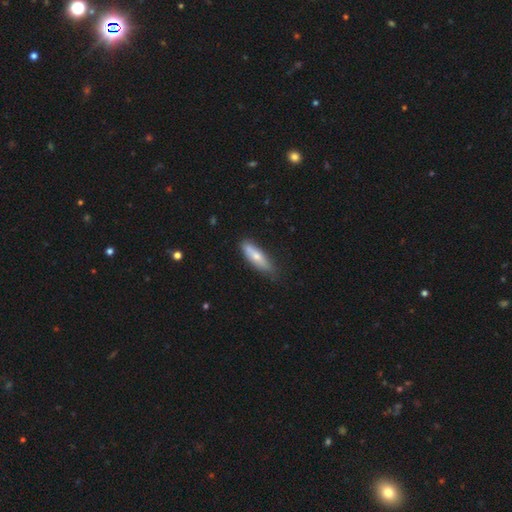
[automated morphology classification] smooth-or-featured: smooth: 65% | featured or disk: 29% | star or artifact: 6%
  how-rounded: cigar-shaped: 55% | in between: 43% | round: 2%
  merging: none: 72% | minor disturbance: 22% | major disturbance: 4% | merger: 2%